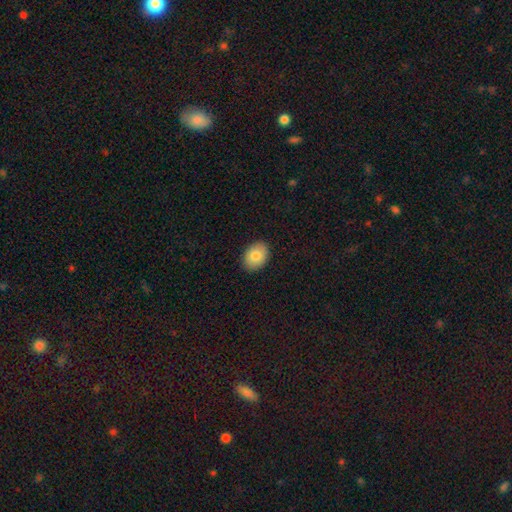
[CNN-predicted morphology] A smooth galaxy with no disk features (84%) that is in between round and cigar-shaped (75%).

Vote fractions:
- Smooth or featured? smooth: 84% / featured or disk: 9% / star or artifact: 7%
- How rounded? in between: 75% / round: 24% / cigar-shaped: 1%
- Merging? none: 89% / minor disturbance: 8% / major disturbance: 2% / merger: 1%